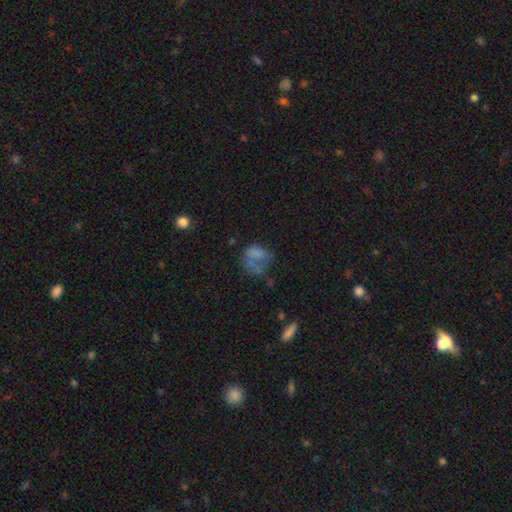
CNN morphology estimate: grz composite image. It shows a smooth galaxy with no disk features (58%) that is in between round and cigar-shaped (56%). Merging: major disturbance (39%).